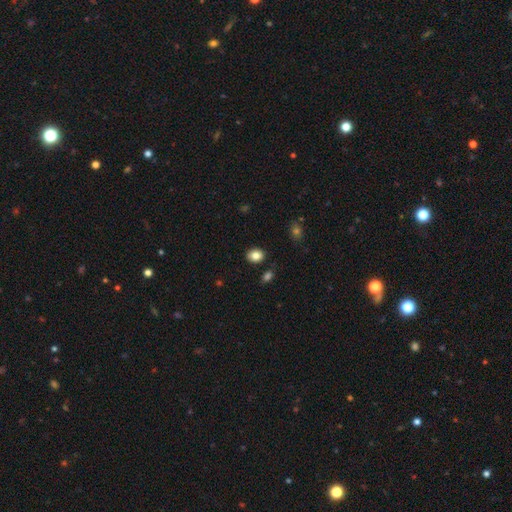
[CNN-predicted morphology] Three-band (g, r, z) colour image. It shows a smooth galaxy with no disk features (84%) that is in between round and cigar-shaped (51%). Merging: none (87%).